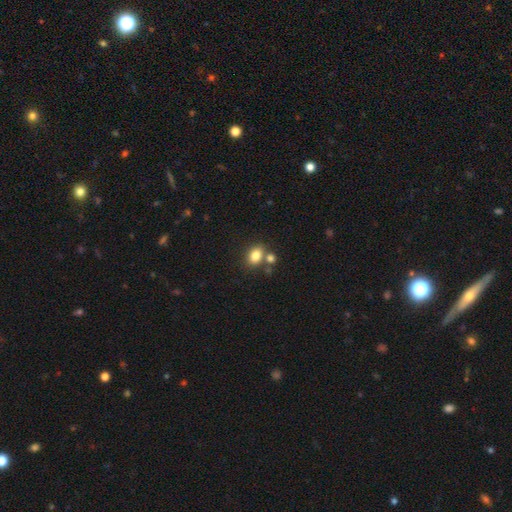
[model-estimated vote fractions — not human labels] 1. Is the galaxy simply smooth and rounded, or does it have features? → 82% smooth, 10% star or artifact, 8% featured or disk.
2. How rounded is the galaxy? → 67% in between, 32% round, 1% cigar-shaped.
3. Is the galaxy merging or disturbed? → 62% none, 24% merger, 11% minor disturbance, 3% major disturbance.